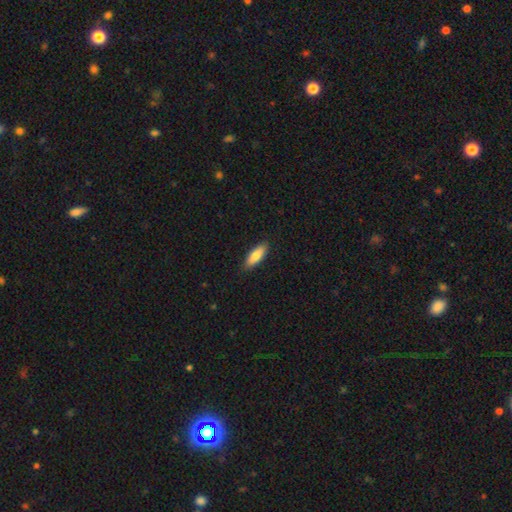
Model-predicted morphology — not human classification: smooth-or-featured: smooth: 84% | featured or disk: 11% | star or artifact: 6%
  how-rounded: in between: 63% | cigar-shaped: 35% | round: 2%
  merging: none: 88% | minor disturbance: 9% | major disturbance: 2% | merger: 1%